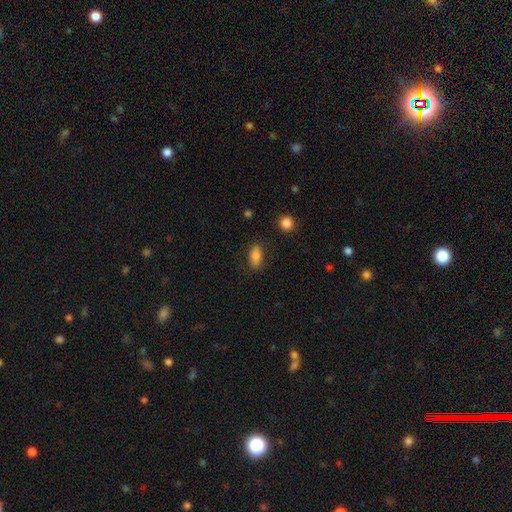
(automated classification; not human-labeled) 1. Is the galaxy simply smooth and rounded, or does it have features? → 84% smooth, 8% star or artifact, 8% featured or disk.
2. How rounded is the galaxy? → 86% in between, 8% cigar-shaped, 5% round.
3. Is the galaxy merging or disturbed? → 83% none, 12% minor disturbance, 3% major disturbance, 2% merger.